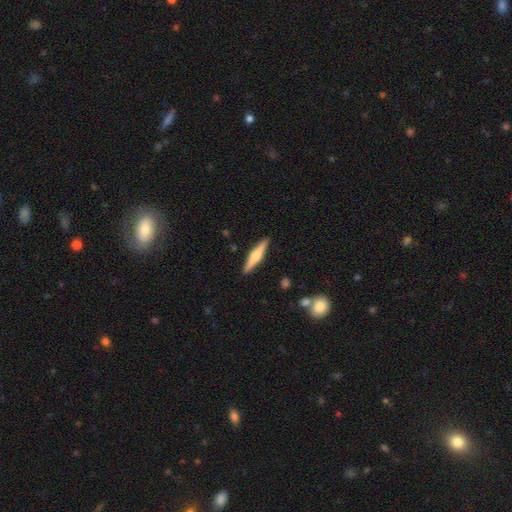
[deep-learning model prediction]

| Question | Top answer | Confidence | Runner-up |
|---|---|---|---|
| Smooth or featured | featured or disk | 55% | smooth (39%) |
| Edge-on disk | yes | 97% | no (3%) |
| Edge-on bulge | rounded | 83% | boxy (10%) |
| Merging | none | 90% | minor disturbance (7%) |